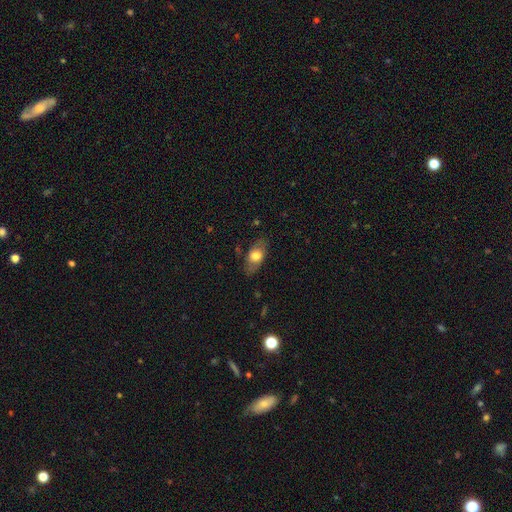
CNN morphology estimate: Smooth or featured: smooth — 65% (featured or disk — 28%)
How rounded: in between — 86% (round — 8%)
Merging: none — 79% (minor disturbance — 16%)